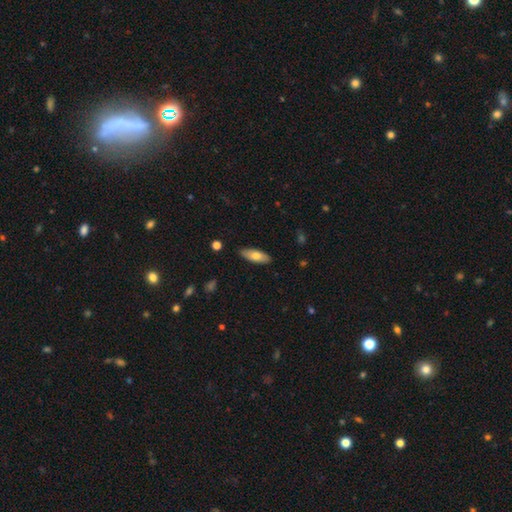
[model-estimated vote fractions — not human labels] Morphology: type=smooth (71%); roundness=in between (71%); merging=none (89%).